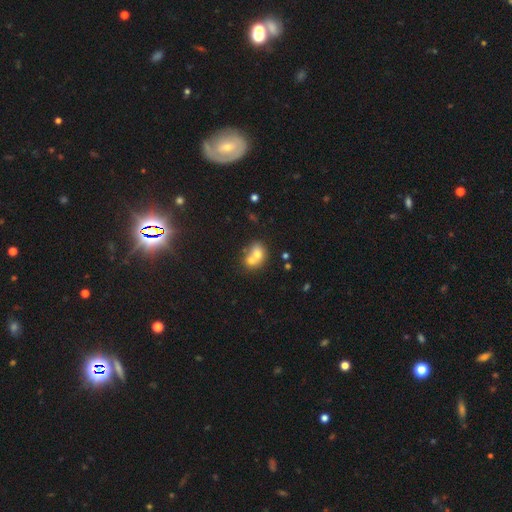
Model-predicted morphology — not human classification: Smooth or featured? smooth (67%)
How rounded? round (56%)
Merging? merger (67%)